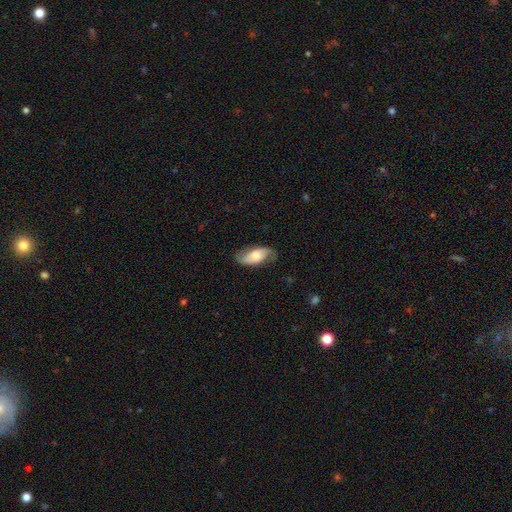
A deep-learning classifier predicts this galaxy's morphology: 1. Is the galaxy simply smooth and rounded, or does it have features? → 52% featured or disk, 41% smooth, 7% star or artifact.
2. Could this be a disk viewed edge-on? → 89% no, 11% yes.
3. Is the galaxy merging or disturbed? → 72% none, 19% minor disturbance, 7% major disturbance, 1% merger.